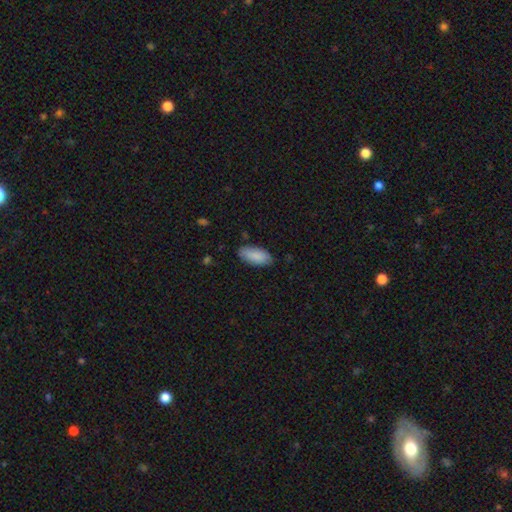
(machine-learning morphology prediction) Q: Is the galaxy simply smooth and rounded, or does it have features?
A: smooth — 87%.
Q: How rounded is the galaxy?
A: in between — 88%.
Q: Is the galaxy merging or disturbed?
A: none — 81%.